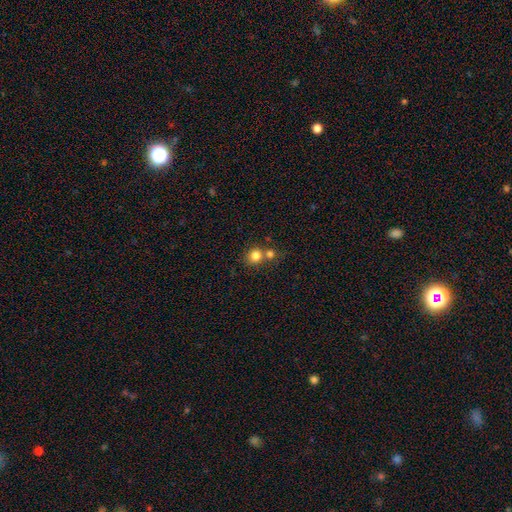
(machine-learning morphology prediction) type=smooth (81%); roundness=round (85%); merging=none (51%).